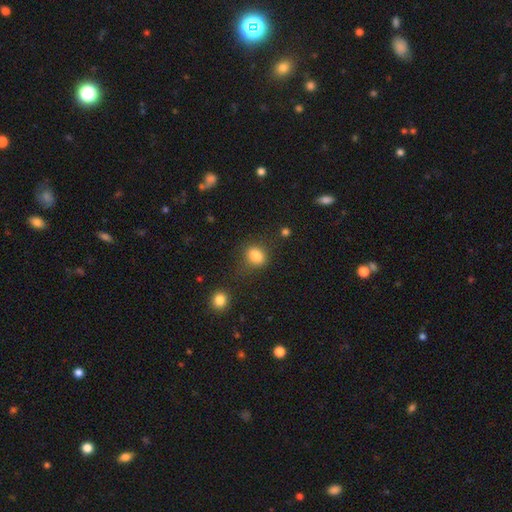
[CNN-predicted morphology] smooth 84%, star or artifact 11%, featured or disk 6%. Down the decision tree: how rounded — in between (57%); merging — none (70%).